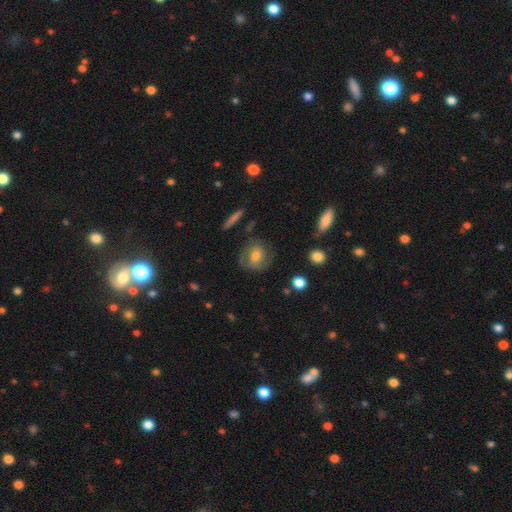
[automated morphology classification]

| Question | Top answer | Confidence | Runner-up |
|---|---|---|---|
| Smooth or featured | featured or disk | 60% | smooth (32%) |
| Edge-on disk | no | 96% | yes (4%) |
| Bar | no | 56% | weak (34%) |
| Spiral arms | yes | 82% | no (18%) |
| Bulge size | moderate | 53% | small (33%) |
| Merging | none | 72% | minor disturbance (17%) |